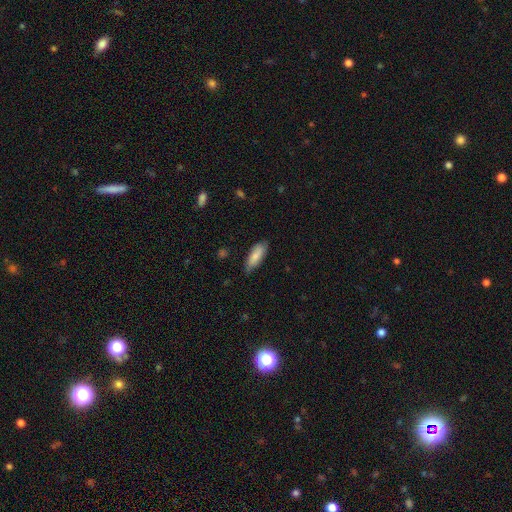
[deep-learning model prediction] smooth-or-featured: smooth: 82% | featured or disk: 12% | star or artifact: 6%
  how-rounded: in between: 66% | cigar-shaped: 32% | round: 2%
  merging: none: 78% | minor disturbance: 18% | major disturbance: 3% | merger: 1%